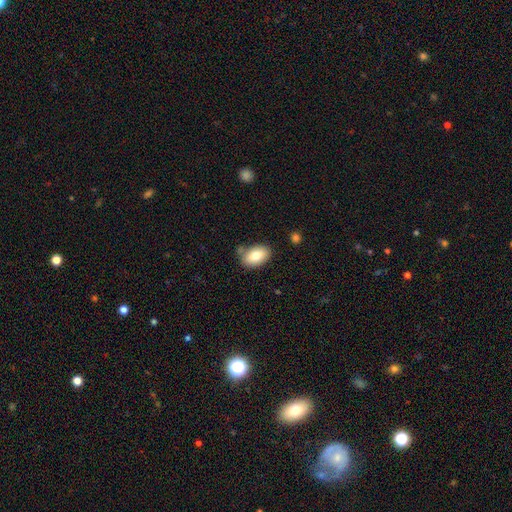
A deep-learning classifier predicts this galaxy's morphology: Smooth or featured? Predicted: smooth (p=0.79). How rounded? Predicted: in between (p=0.91). Merging? Predicted: none (p=0.73).